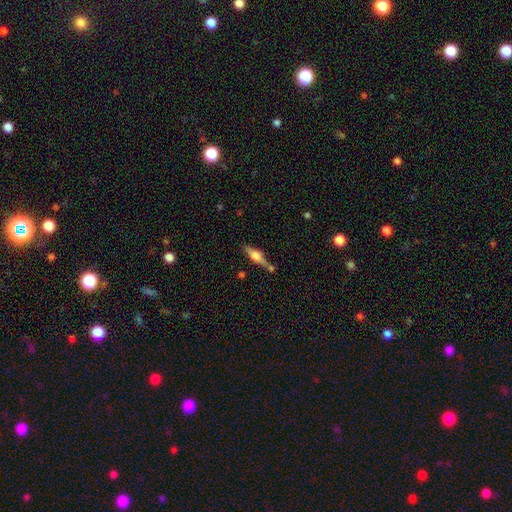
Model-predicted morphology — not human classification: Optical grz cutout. It shows a featured or disk galaxy (67%) viewed edge-on (96%) with a rounded central bulge (85%). Merging: none (72%).